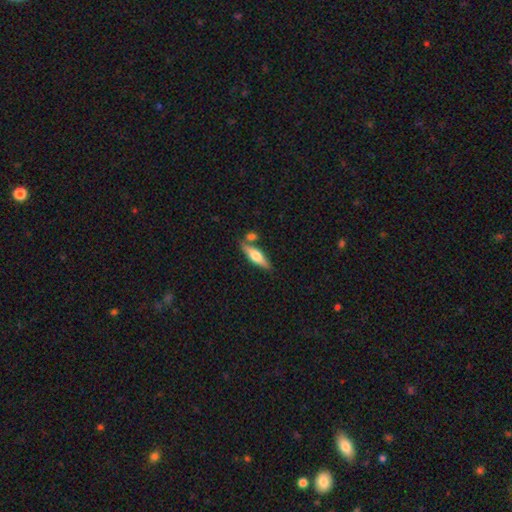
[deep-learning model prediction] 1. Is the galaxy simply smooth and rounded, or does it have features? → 51% smooth, 44% featured or disk, 6% star or artifact.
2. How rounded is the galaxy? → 61% cigar-shaped, 37% in between, 3% round.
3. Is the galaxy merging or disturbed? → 71% none, 14% merger, 12% minor disturbance, 3% major disturbance.